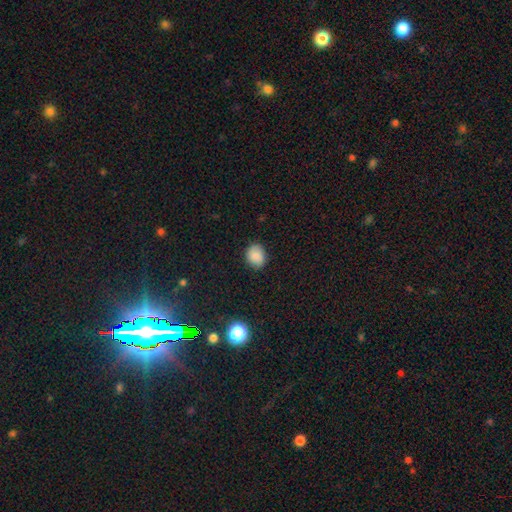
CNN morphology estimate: A smooth galaxy with no disk features (85%) that is round (61%).

Vote fractions:
- Smooth or featured? smooth: 85% / star or artifact: 9% / featured or disk: 6%
- How rounded? round: 61% / in between: 38% / cigar-shaped: 1%
- Merging? none: 83% / minor disturbance: 13% / major disturbance: 3% / merger: 1%